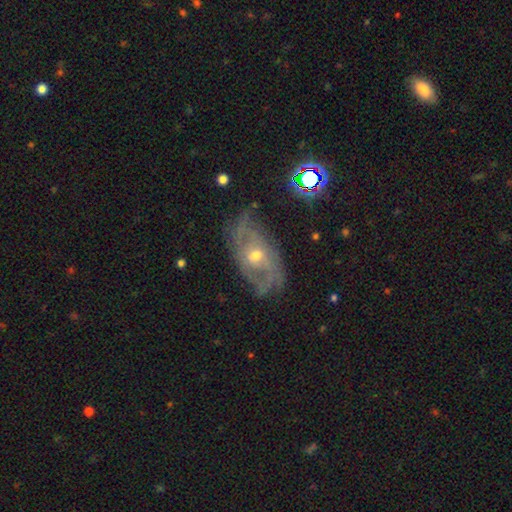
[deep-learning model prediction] smooth-or-featured: featured or disk: 79% | smooth: 13% | star or artifact: 8%
  disk-edge-on: no: 93% | yes: 7%
    bar: no: 67% | weak: 27% | strong: 6%
    has-spiral-arms: yes: 86% | no: 14%
      spiral-winding: tight: 41% | medium: 39% | loose: 20%
      spiral-arm-count: 2: 37% (tied) | can't tell: 37% (tied) | 3: 11% | 4: 5% | 1: 5% | more than 4: 4%
    bulge-size: moderate: 48% (tied) | small: 48% (tied) | large: 2% | none: 1% | dominant: 1%
  merging: none: 64% | minor disturbance: 22% | major disturbance: 12% | merger: 2%